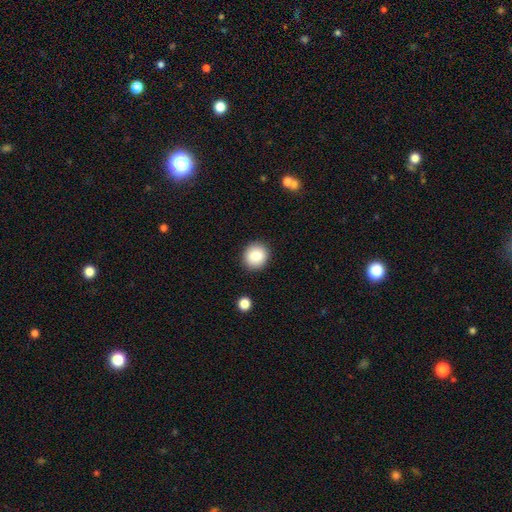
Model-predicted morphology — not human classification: type=smooth (86%); roundness=round (86%); merging=none (90%).